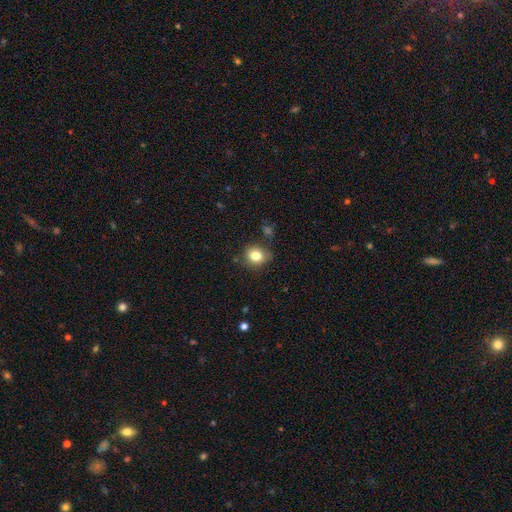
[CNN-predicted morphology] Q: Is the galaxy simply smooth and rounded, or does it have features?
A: smooth — 80%.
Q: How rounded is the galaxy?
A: round — 76%.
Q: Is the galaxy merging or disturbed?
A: none — 79%.